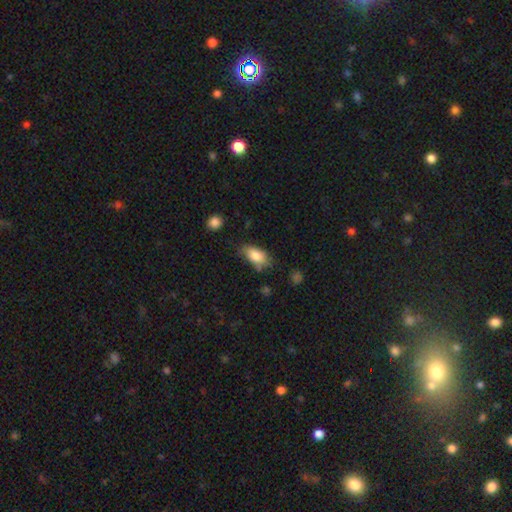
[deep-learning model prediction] A smooth galaxy with no disk features (82%) that is in between round and cigar-shaped (90%). Merging: none (64%).